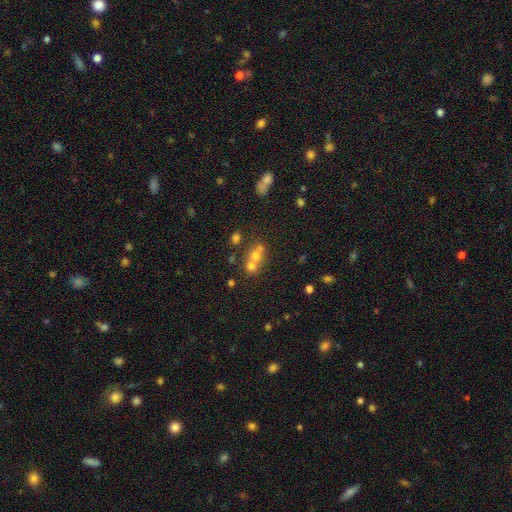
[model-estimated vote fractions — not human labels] This is possibly a smooth galaxy (58%). How rounded: likely round (71%). Merging: possibly merger (56%).